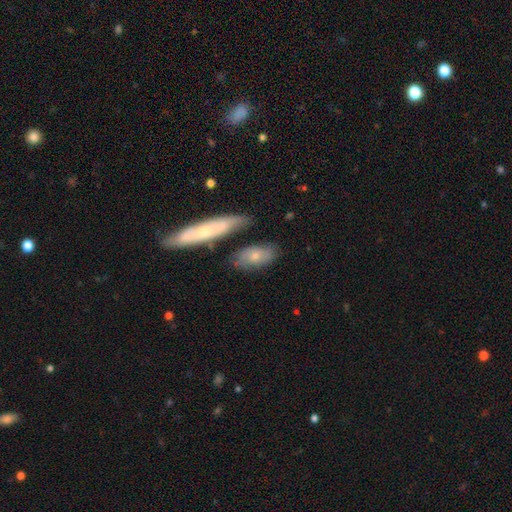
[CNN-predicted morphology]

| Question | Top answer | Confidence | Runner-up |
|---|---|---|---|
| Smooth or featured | smooth | 59% | featured or disk (35%) |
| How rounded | in between | 81% | cigar-shaped (14%) |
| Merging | none | 64% | minor disturbance (19%) |